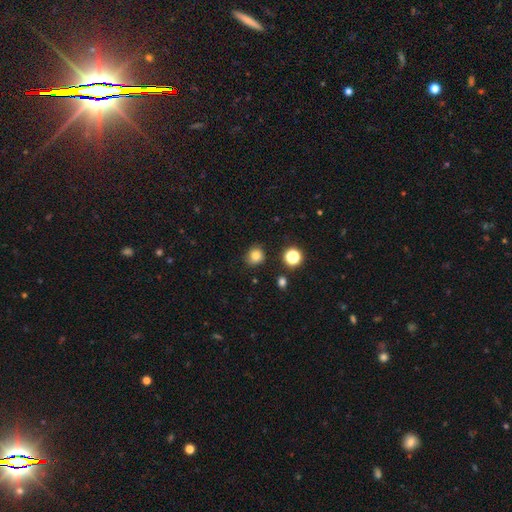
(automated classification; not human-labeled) This is likely a smooth galaxy (80%). How rounded: clearly round (84%). Merging: clearly none (83%).